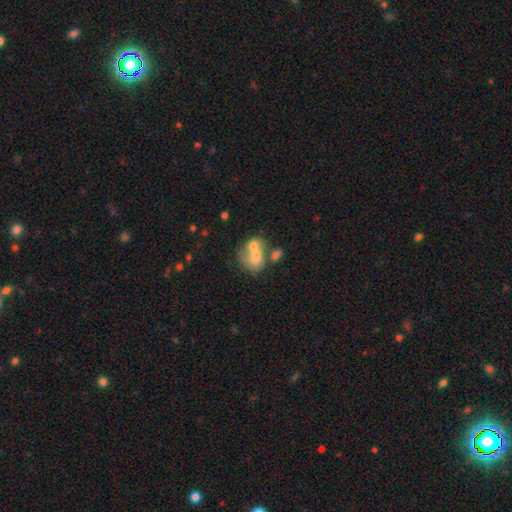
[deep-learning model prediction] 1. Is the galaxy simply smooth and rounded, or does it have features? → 63% smooth, 27% featured or disk, 10% star or artifact.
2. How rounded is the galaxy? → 62% in between, 37% round, 1% cigar-shaped.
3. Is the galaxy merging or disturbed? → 63% merger, 19% none, 9% minor disturbance, 9% major disturbance.